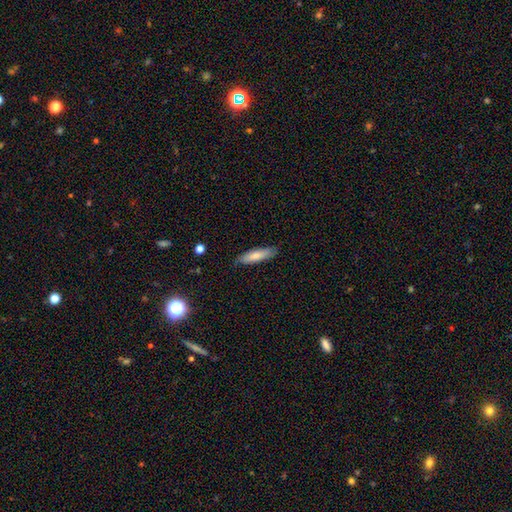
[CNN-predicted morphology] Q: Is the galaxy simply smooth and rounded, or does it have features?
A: smooth — 74%.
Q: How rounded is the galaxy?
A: cigar-shaped — 70%.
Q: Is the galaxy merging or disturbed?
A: none — 83%.